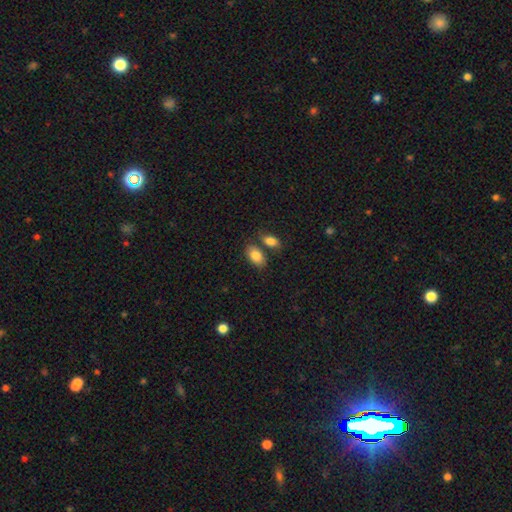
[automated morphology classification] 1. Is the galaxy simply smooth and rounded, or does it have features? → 84% smooth, 9% featured or disk, 7% star or artifact.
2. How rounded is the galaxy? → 91% in between, 7% round, 2% cigar-shaped.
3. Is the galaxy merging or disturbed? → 64% none, 20% merger, 12% minor disturbance, 3% major disturbance.